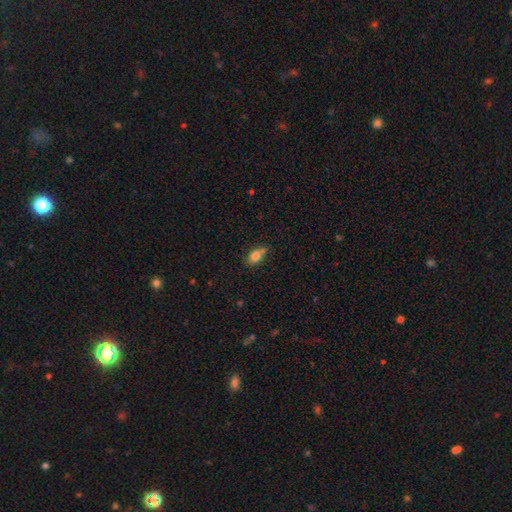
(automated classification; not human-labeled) Smooth or featured? Predicted: smooth (p=0.80). How rounded? Predicted: in between (p=0.84). Merging? Predicted: none (p=0.61).